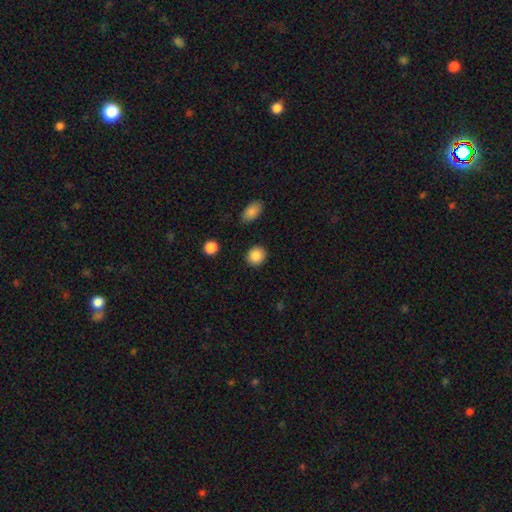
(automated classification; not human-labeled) Overall: smooth (88%). How rounded: round (85%). Merging: none (89%).